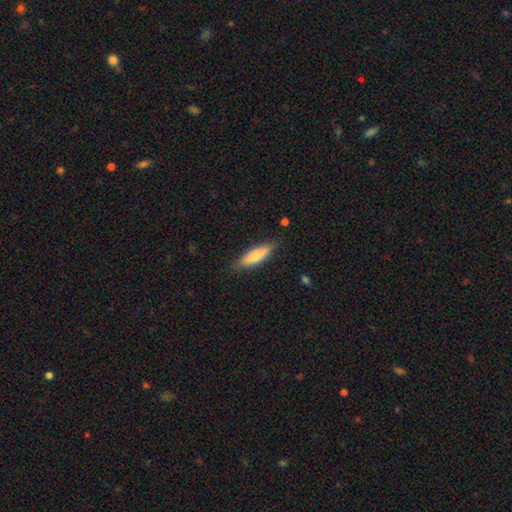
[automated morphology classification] Smooth or featured? smooth (77%)
How rounded? cigar-shaped (58%)
Merging? none (84%)